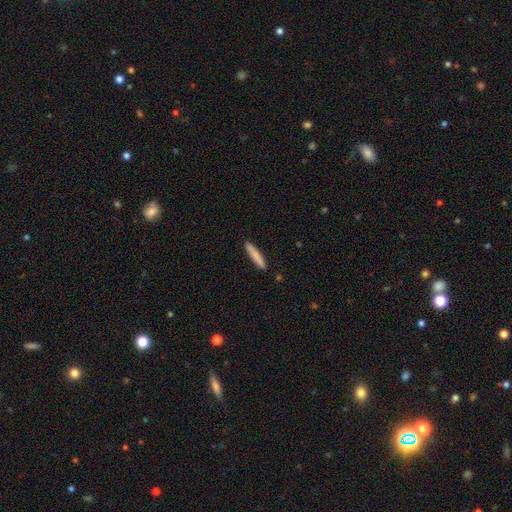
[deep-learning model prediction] This is clearly a smooth galaxy (83%). How rounded: clearly cigar-shaped (93%). Merging: clearly none (90%).